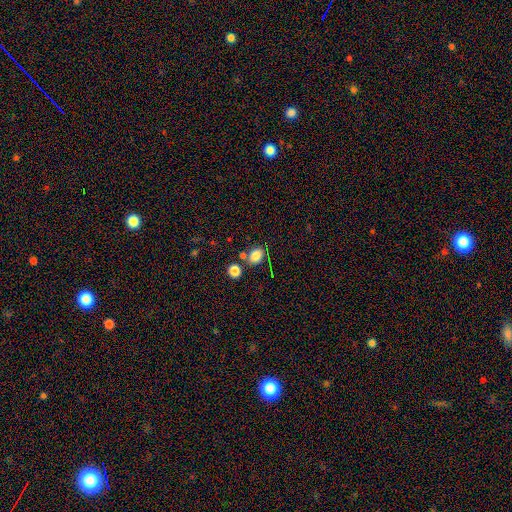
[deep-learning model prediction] The model was most divided on "how rounded": in between: 56%, round: 43%, cigar-shaped: 1%. More confident: smooth or featured — smooth (81%); merging — none (65%).